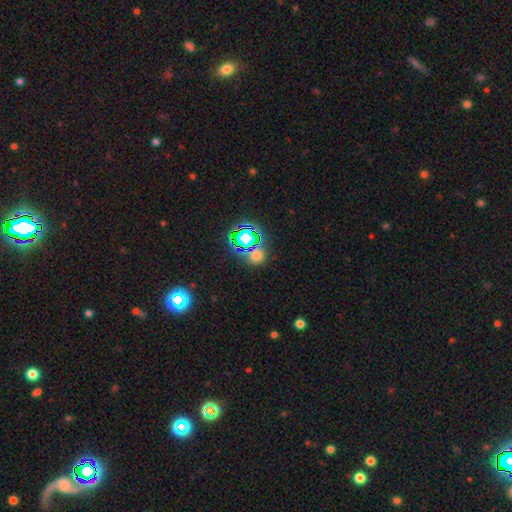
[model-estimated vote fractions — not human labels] Q: Smooth or featured?
A: smooth (49%); runner-up: star or artifact (44%)
Q: Merging?
A: none (73%); runner-up: merger (12%)